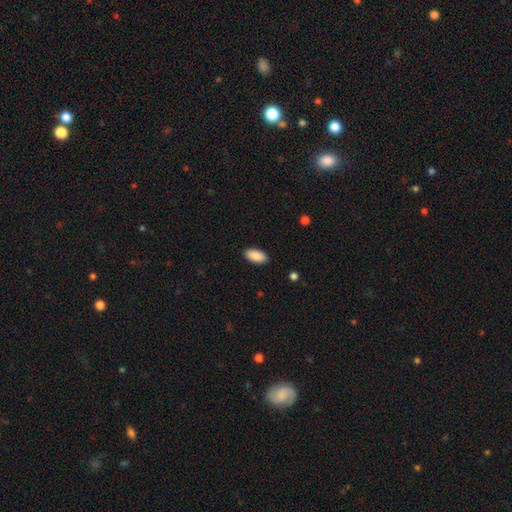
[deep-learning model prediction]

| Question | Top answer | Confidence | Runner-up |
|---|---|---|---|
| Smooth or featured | smooth | 90% | star or artifact (6%) |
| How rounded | in between | 94% | cigar-shaped (4%) |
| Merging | none | 90% | minor disturbance (7%) |